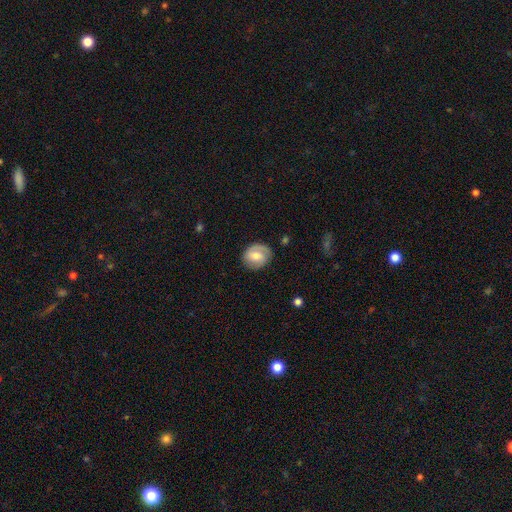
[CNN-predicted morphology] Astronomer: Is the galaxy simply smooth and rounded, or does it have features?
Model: featured or disk — 52% (runner-up: smooth, 41%).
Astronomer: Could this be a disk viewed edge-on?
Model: no — 97%.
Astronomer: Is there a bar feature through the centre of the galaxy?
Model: weak — 49% (runner-up: no, 37%).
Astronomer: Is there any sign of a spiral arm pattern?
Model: yes — 83%.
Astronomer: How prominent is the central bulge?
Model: moderate — 61%.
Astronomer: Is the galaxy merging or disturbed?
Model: none — 78%.